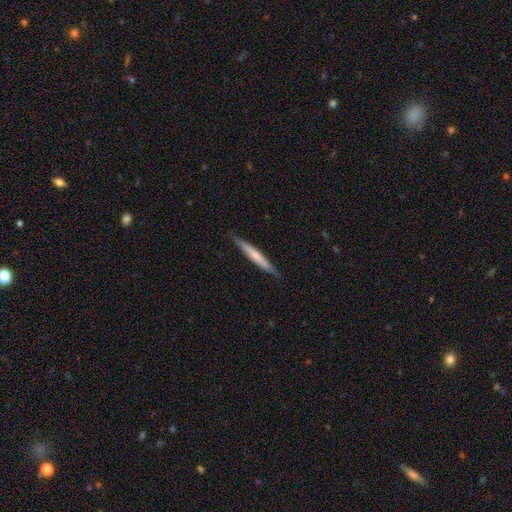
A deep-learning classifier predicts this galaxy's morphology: A smooth galaxy with no disk features (57%) that is cigar-shaped (96%). Merging: none (88%).